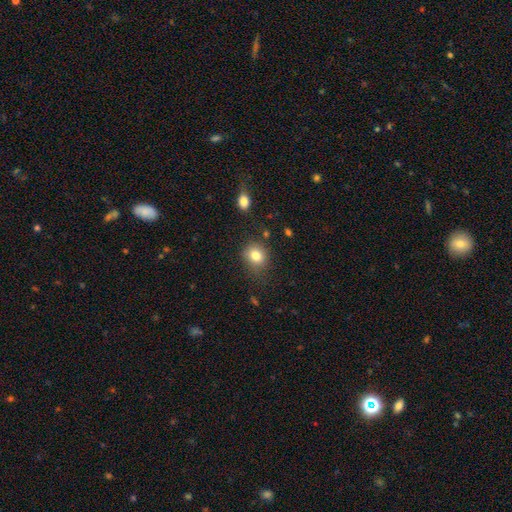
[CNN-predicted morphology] The model was most divided on "how rounded": round: 70%, in between: 29%, cigar-shaped: 1%. More confident: smooth or featured — smooth (81%); merging — none (76%).